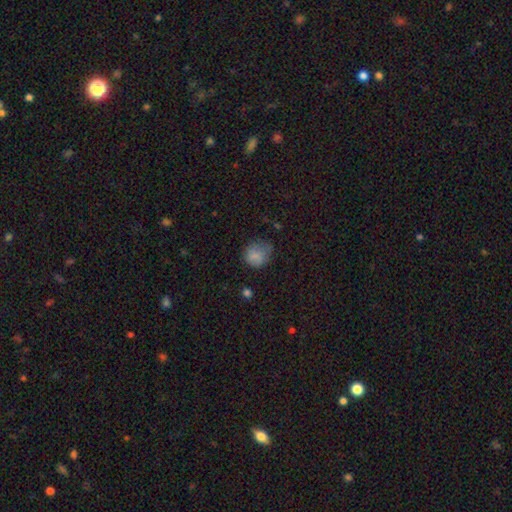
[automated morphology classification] A smooth galaxy with no disk features (80%) that is round (71%).

Vote fractions:
- Smooth or featured? smooth: 80% / star or artifact: 12% / featured or disk: 9%
- How rounded? round: 71% / in between: 28% / cigar-shaped: 1%
- Merging? none: 53% / minor disturbance: 32% / major disturbance: 14% / merger: 2%